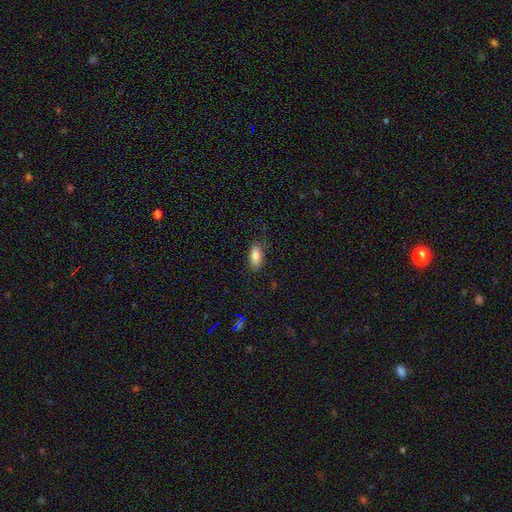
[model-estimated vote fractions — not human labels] Q: Smooth or featured?
A: smooth (86%); runner-up: star or artifact (8%)
Q: How rounded?
A: in between (89%); runner-up: cigar-shaped (7%)
Q: Merging?
A: none (80%); runner-up: minor disturbance (15%)